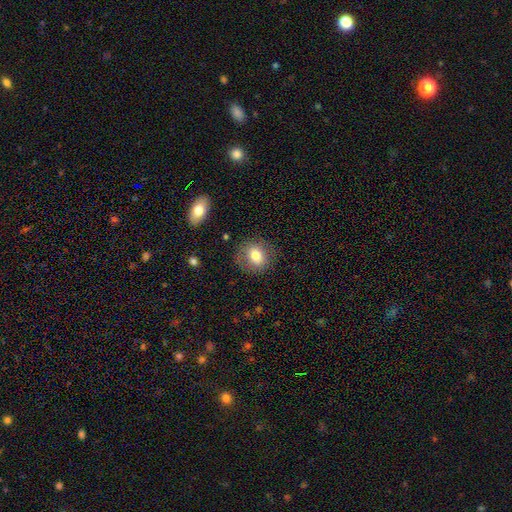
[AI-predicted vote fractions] Morphology: type=smooth (76%); roundness=round (66%); merging=none (80%).